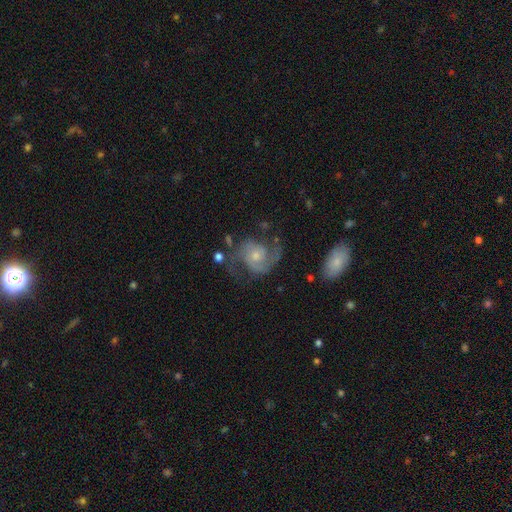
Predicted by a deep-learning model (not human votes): This appears to be a featured or disk galaxy (86%) with no bar (68%), 2 (88%) medium (54%) spiral arms (97%) and a small central bulge (47%). Merging: none (64%).